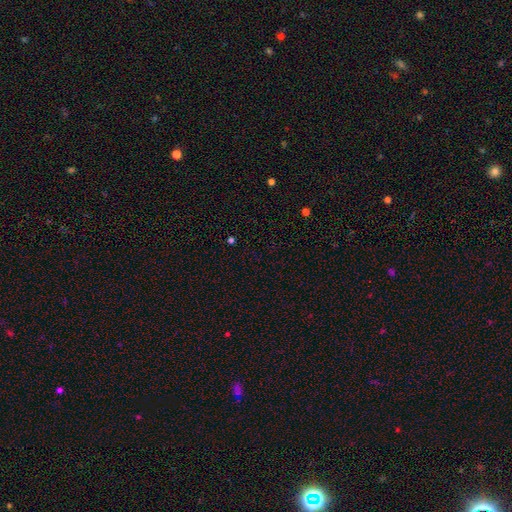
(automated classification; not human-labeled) Morphology: type=star or artifact (62%).